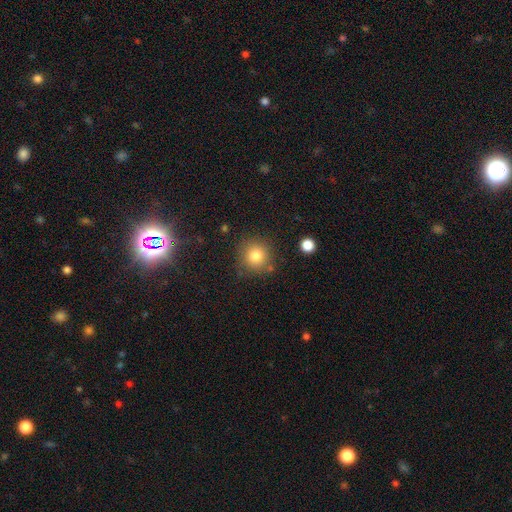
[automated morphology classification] Smooth or featured: smooth — 81% (star or artifact — 12%)
How rounded: round — 93% (in between — 6%)
Merging: none — 82% (minor disturbance — 10%)